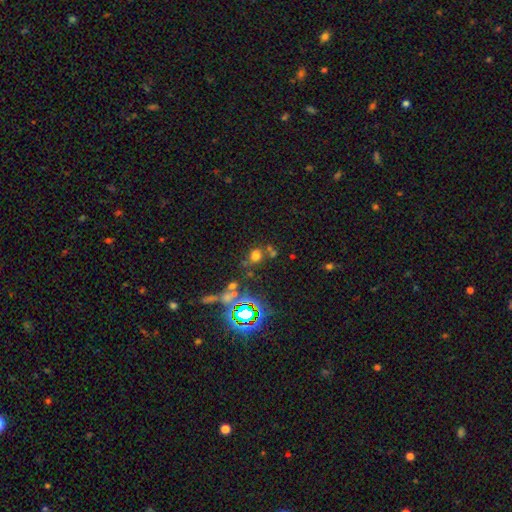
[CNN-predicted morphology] Smooth or featured: smooth — 59% (star or artifact — 31%)
How rounded: round — 74% (in between — 24%)
Merging: none — 61% (merger — 20%)